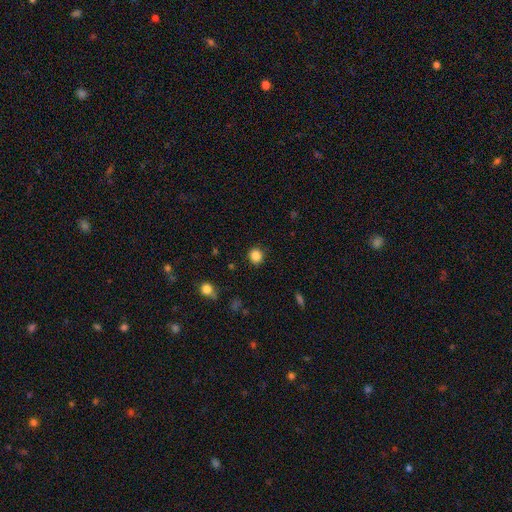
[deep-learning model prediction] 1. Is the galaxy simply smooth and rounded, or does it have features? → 86% smooth, 11% star or artifact, 3% featured or disk.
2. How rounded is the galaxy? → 87% round, 12% in between, 1% cigar-shaped.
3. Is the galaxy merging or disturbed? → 90% none, 7% minor disturbance, 2% major disturbance, 1% merger.